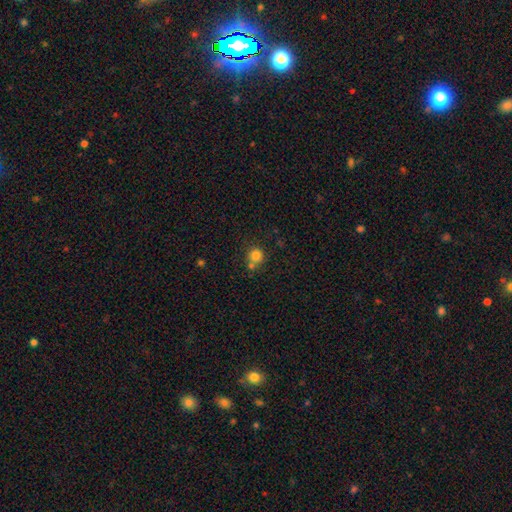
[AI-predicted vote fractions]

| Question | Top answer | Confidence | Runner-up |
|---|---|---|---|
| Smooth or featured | smooth | 81% | star or artifact (12%) |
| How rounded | round | 90% | in between (9%) |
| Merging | none | 60% | merger (26%) |